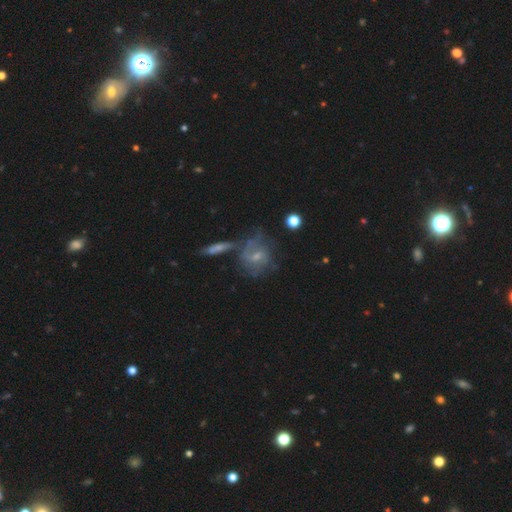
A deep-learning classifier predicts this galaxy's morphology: featured or disk 64%, smooth 26%, star or artifact 10%. Down the decision tree: edge-on disk — no (94%); bar — weak (47%); spiral arms — yes (74%); bulge size — small (54%); merging — none (48%).